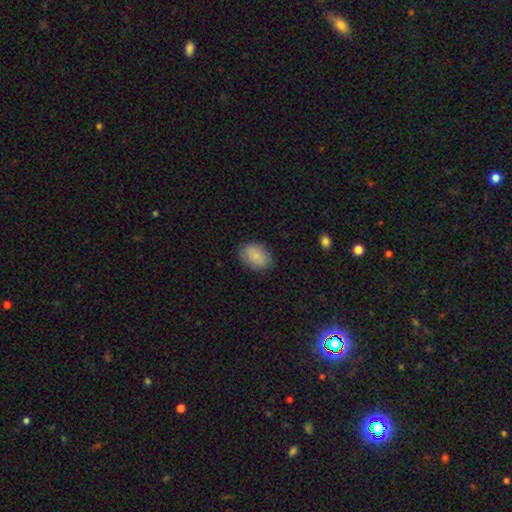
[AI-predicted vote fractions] This is clearly a smooth galaxy (84%). How rounded: likely in between (80%). Merging: clearly none (82%).